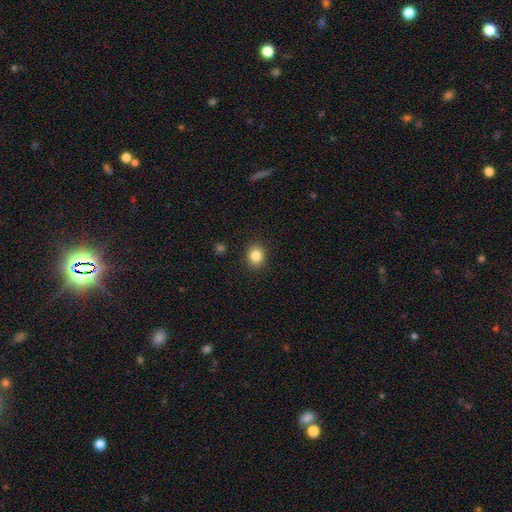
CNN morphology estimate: smooth_or_featured: smooth (p=0.84) [alt: star or artifact p=0.10]
how_rounded: round (p=0.66) [alt: in between p=0.33]
merging: none (p=0.89) [alt: minor disturbance p=0.08]